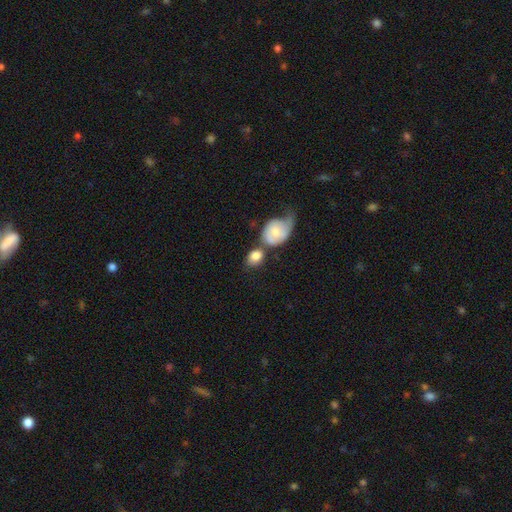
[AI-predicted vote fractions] A smooth galaxy with no disk features (80%) that is in between round and cigar-shaped (50%).

Vote fractions:
- Smooth or featured? smooth: 80% / featured or disk: 14% / star or artifact: 6%
- How rounded? in between: 50% / round: 48% / cigar-shaped: 2%
- Merging? merger: 39% / none: 37% / minor disturbance: 14% / major disturbance: 11%